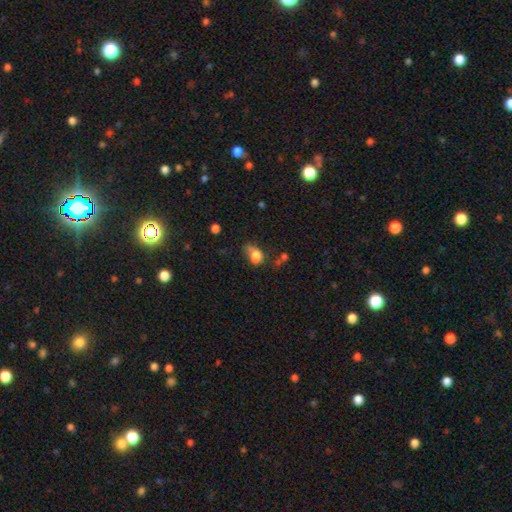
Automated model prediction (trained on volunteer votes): Smooth or featured: smooth — 71% (featured or disk — 16%)
How rounded: in between — 77% (round — 21%)
Merging: major disturbance — 32% (minor disturbance — 28%)